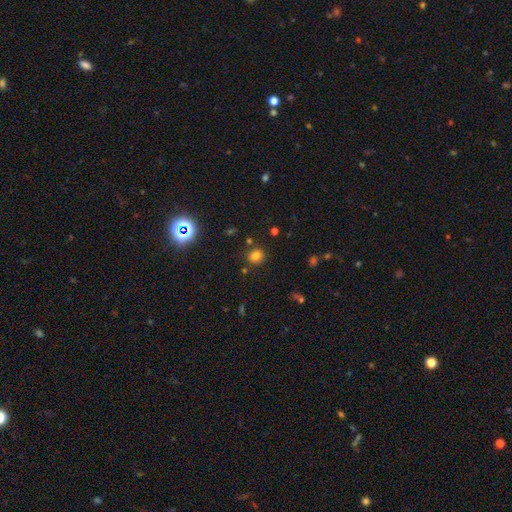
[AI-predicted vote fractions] Overall: smooth (75%). How rounded: round (81%). Merging: none (82%).